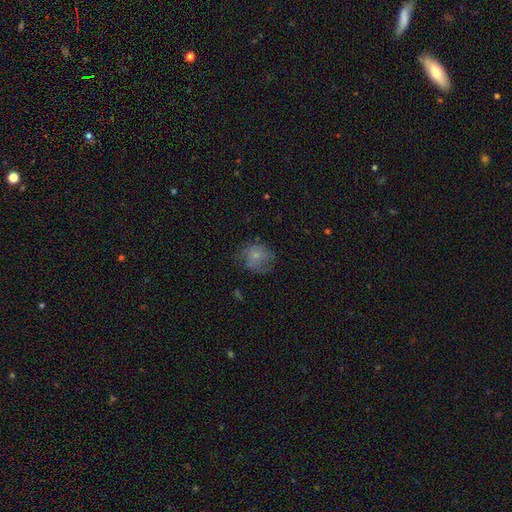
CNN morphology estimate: Q: Smooth or featured?
A: smooth (66%); runner-up: featured or disk (23%)
Q: How rounded?
A: round (71%); runner-up: in between (28%)
Q: Merging?
A: none (52%); runner-up: minor disturbance (28%)